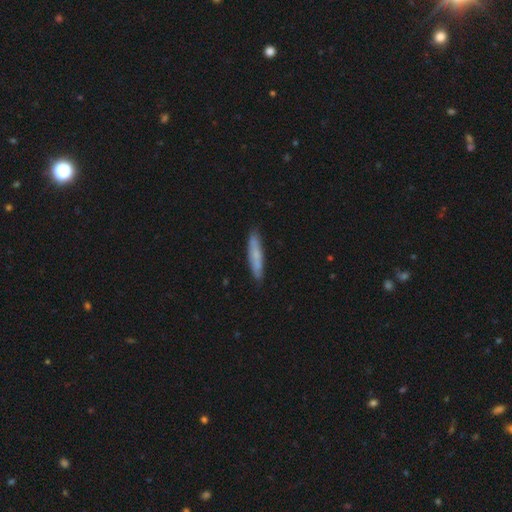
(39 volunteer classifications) smooth 69%, featured or disk 28%, star or artifact 3%. Down the decision tree: how rounded — cigar-shaped (93%); merging — none (79%).